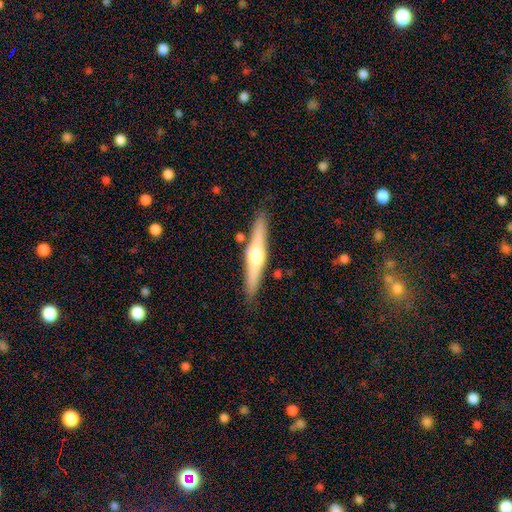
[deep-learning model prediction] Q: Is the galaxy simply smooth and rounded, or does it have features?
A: featured or disk — 64%.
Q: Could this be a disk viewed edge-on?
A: yes — 96%.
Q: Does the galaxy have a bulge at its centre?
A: rounded — 91%.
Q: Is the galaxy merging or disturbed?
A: none — 85%.